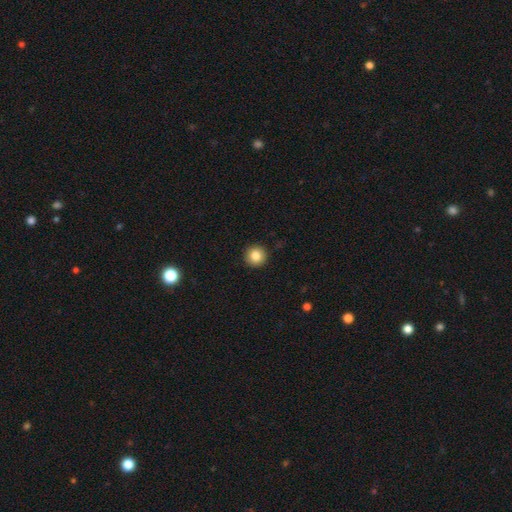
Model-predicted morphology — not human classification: This is clearly a smooth galaxy (84%). How rounded: clearly round (95%). Merging: clearly none (92%).